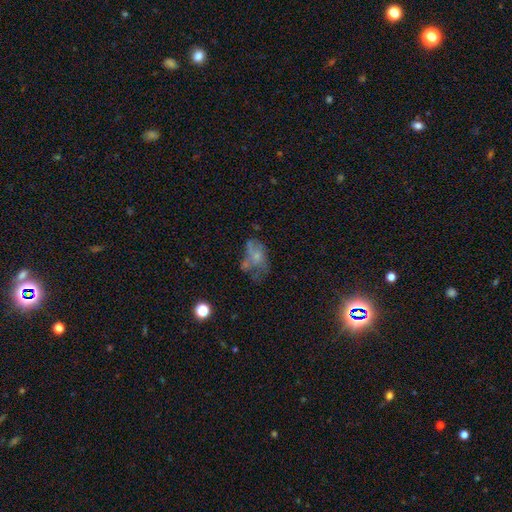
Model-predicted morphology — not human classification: smooth_or_featured: featured or disk (p=0.45) [alt: smooth p=0.40]
merging: major disturbance (p=0.36) [alt: none p=0.30]